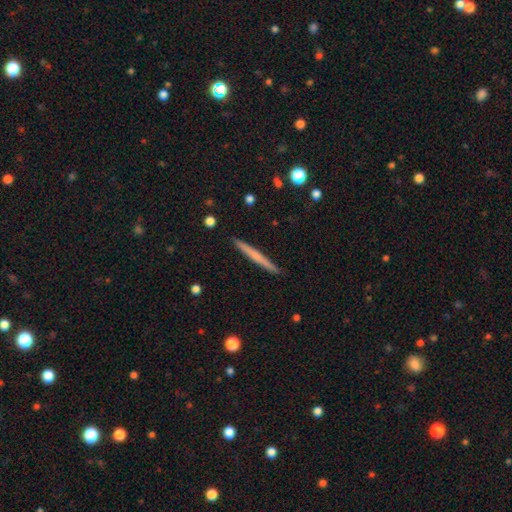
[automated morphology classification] A smooth galaxy with no disk features (54%) that is cigar-shaped (97%).

Vote fractions:
- Smooth or featured? smooth: 54% / featured or disk: 40% / star or artifact: 6%
- How rounded? cigar-shaped: 97% / in between: 2% / round: 1%
- Merging? none: 92% / minor disturbance: 6% / major disturbance: 1% / merger: 1%